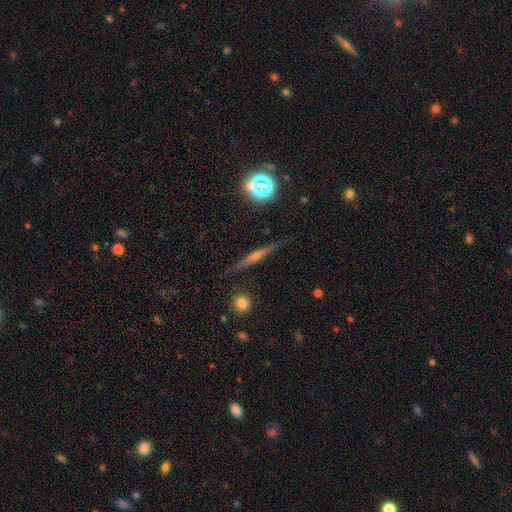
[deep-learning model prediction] Smooth or featured?
  - featured or disk: 68% *
  - smooth: 21%
  - star or artifact: 11%
Edge-on disk?
  - yes: 97% *
  - no: 3%
Edge-on bulge?
  - rounded: 74% *
  - none: 19%
  - boxy: 8%
Merging?
  - none: 88% *
  - minor disturbance: 8%
  - major disturbance: 2%
  - merger: 1%